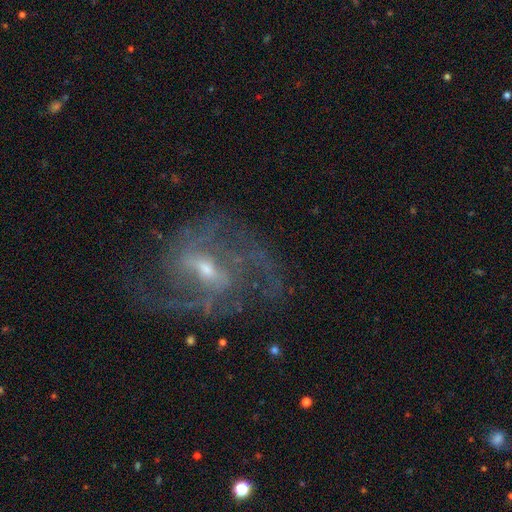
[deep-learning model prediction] featured or disk 86%, star or artifact 8%, smooth 5%. Down the decision tree: edge-on disk — no (97%); bar — weak (53%); spiral arms — yes (94%); spiral arm count — 2 (47%); spiral winding — medium (52%); bulge size — small (55%); merging — none (65%).